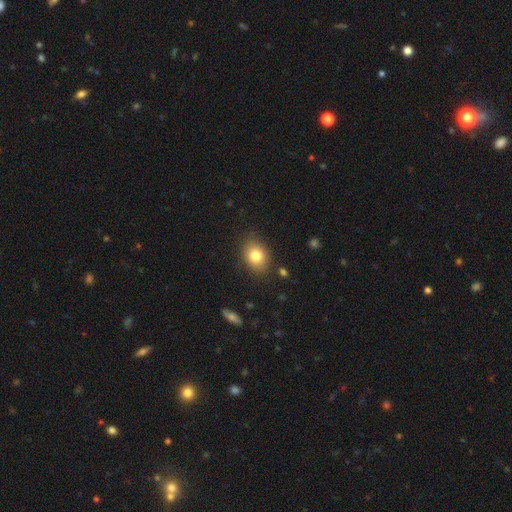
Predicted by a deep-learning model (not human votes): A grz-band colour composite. It shows a smooth galaxy with no disk features (81%) that is in between round and cigar-shaped (60%). Merging: none (84%).